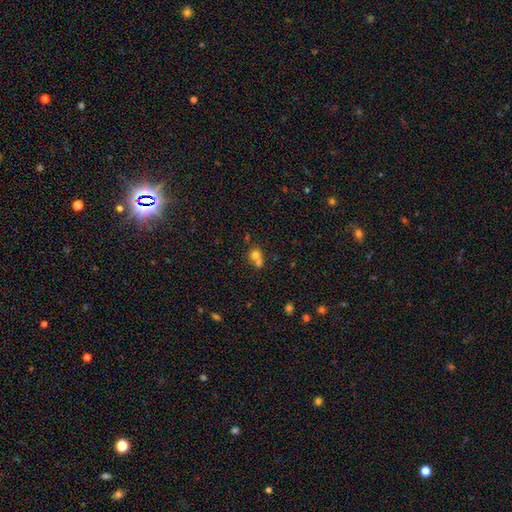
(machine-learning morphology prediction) smooth-or-featured: smooth: 72% | featured or disk: 15% | star or artifact: 14%
  how-rounded: round: 76% | in between: 23% | cigar-shaped: 1%
  merging: merger: 57% | none: 32% | minor disturbance: 7% | major disturbance: 3%